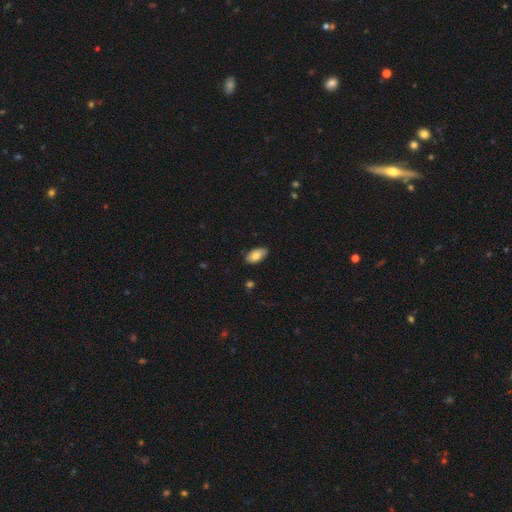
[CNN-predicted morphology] Smooth or featured? smooth (78%)
How rounded? in between (94%)
Merging? none (84%)